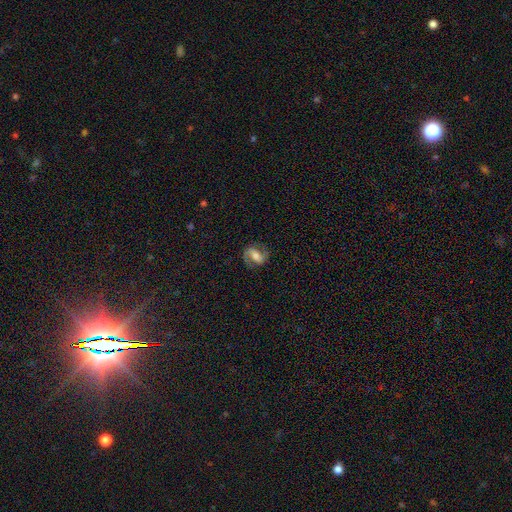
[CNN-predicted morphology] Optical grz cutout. It shows a featured or disk galaxy (65%) with a strong bar (44%), 2 (86%) medium (47%) spiral arms (88%) and a moderate central bulge (48%). Merging: none (74%).